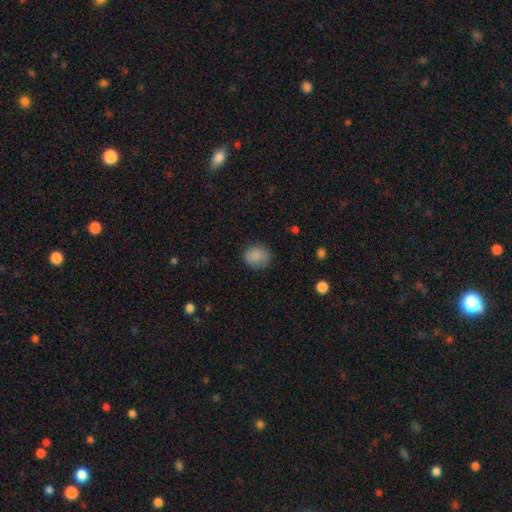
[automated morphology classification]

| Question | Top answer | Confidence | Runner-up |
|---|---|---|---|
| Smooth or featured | smooth | 86% | star or artifact (9%) |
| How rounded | round | 70% | in between (29%) |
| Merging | none | 80% | minor disturbance (15%) |